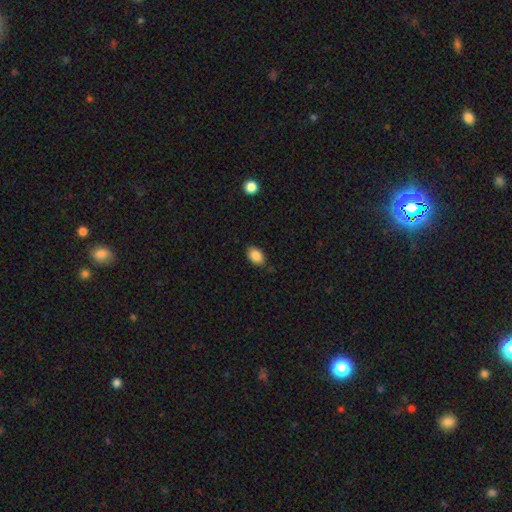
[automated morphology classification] Smooth or featured?
  - smooth: 87% *
  - star or artifact: 8%
  - featured or disk: 5%
How rounded?
  - in between: 88% *
  - round: 11%
  - cigar-shaped: 1%
Merging?
  - none: 84% *
  - minor disturbance: 12%
  - major disturbance: 2%
  - merger: 1%